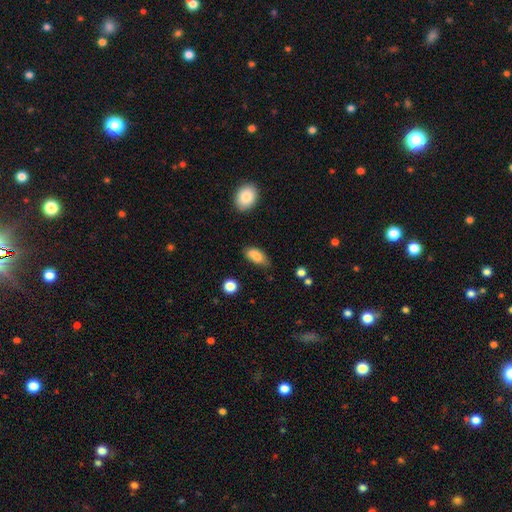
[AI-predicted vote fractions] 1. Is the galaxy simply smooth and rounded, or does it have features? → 83% smooth, 10% featured or disk, 8% star or artifact.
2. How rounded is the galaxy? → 87% in between, 10% cigar-shaped, 4% round.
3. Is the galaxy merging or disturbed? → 59% none, 30% minor disturbance, 6% major disturbance, 5% merger.